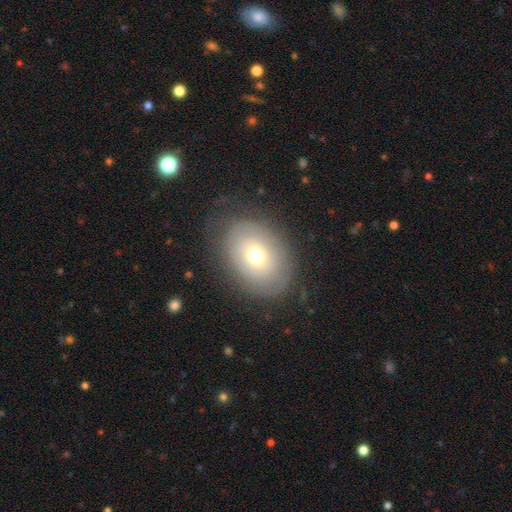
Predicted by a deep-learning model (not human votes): smooth-or-featured: smooth: 58% | featured or disk: 33% | star or artifact: 10%
  how-rounded: in between: 71% | round: 28% | cigar-shaped: 1%
  merging: none: 75% | minor disturbance: 17% | major disturbance: 7% | merger: 1%